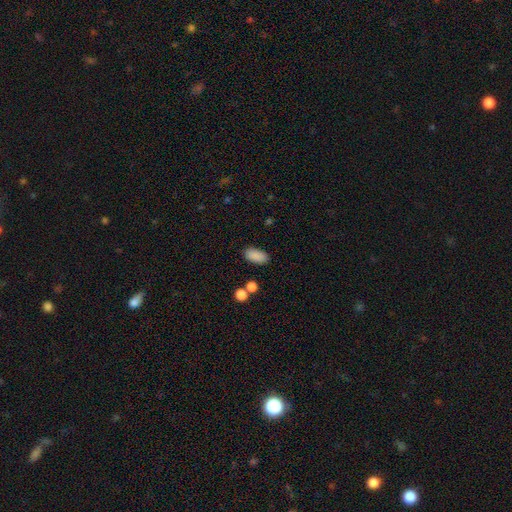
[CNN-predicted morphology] Smooth or featured? Predicted: smooth (p=0.88). How rounded? Predicted: in between (p=0.92). Merging? Predicted: none (p=0.84).